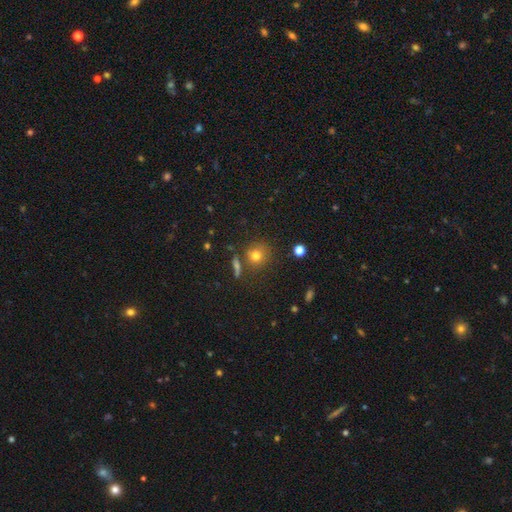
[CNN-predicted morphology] Smooth or featured? smooth (75%)
How rounded? round (87%)
Merging? none (76%)